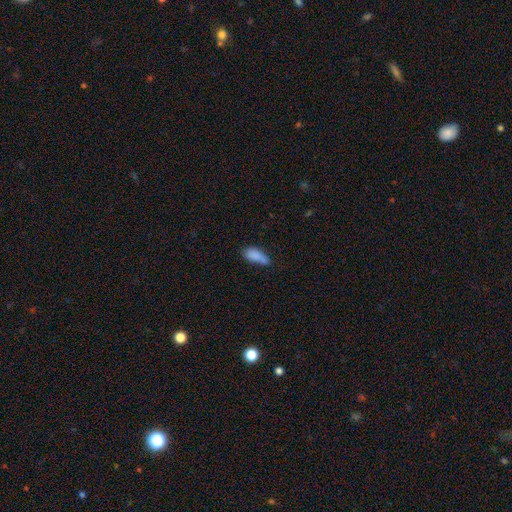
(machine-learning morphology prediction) This appears to be a smooth galaxy with no disk features (83%) that is in between round and cigar-shaped (74%). Merging: none (49%).